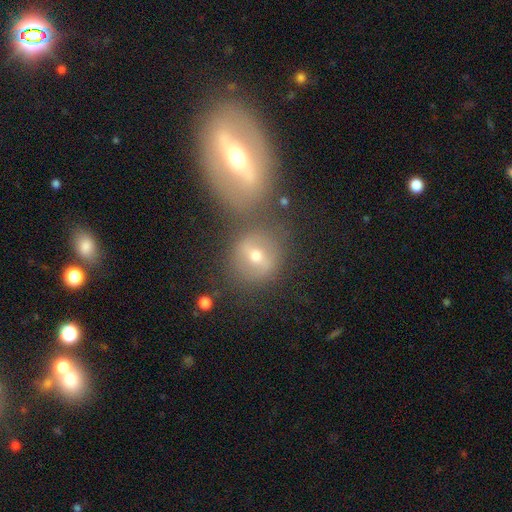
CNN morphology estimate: Smooth or featured? Predicted: smooth (p=0.48). Merging? Predicted: none (p=0.59).